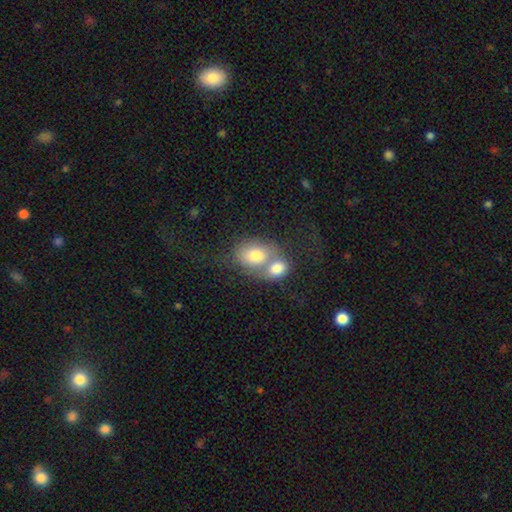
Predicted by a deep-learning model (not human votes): A smooth galaxy with no disk features (73%) that is in between round and cigar-shaped (60%). Merging: merger (66%).